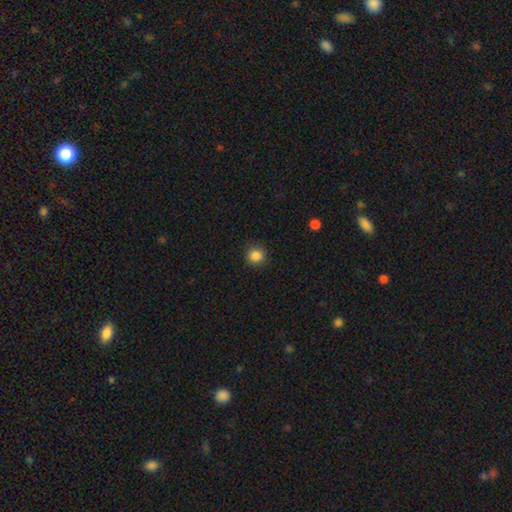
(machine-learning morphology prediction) smooth-or-featured: smooth: 86% | star or artifact: 11% | featured or disk: 3%
  how-rounded: round: 93% | in between: 6% | cigar-shaped: 1%
  merging: none: 90% | minor disturbance: 7% | major disturbance: 2% | merger: 1%